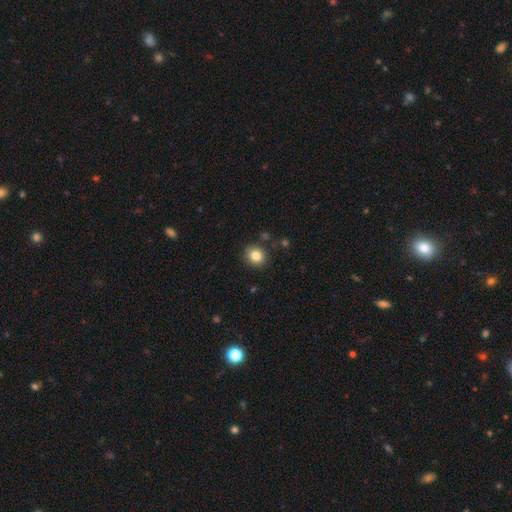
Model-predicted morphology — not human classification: This is clearly a smooth galaxy (83%). How rounded: clearly round (83%). Merging: clearly none (87%).